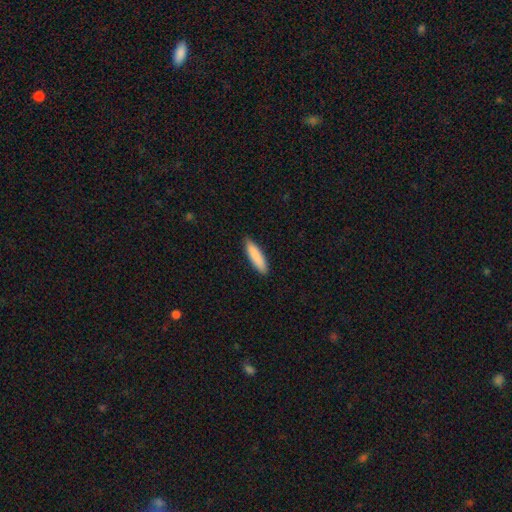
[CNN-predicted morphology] Smooth or featured: smooth — 87% (featured or disk — 8%)
How rounded: cigar-shaped — 71% (in between — 28%)
Merging: none — 86% (minor disturbance — 11%)